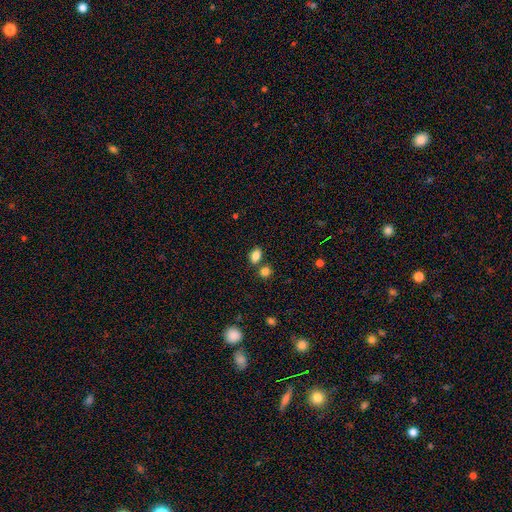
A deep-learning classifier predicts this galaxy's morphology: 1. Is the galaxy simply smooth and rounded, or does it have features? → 85% smooth, 10% star or artifact, 5% featured or disk.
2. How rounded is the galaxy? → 83% in between, 16% round, 2% cigar-shaped.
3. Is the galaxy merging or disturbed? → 66% none, 20% merger, 11% minor disturbance, 3% major disturbance.